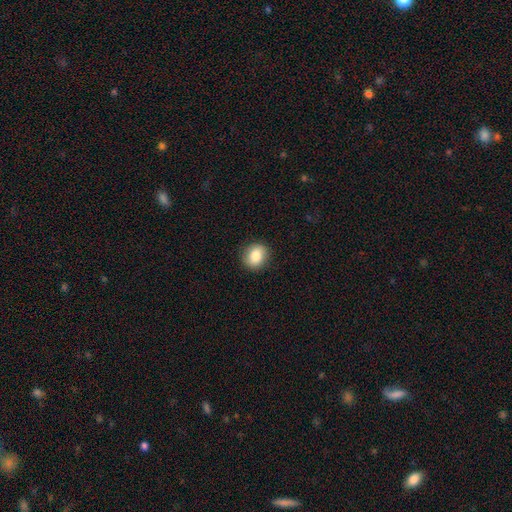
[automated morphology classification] smooth 83%, featured or disk 9%, star or artifact 8%. Down the decision tree: how rounded — round (72%); merging — none (88%).